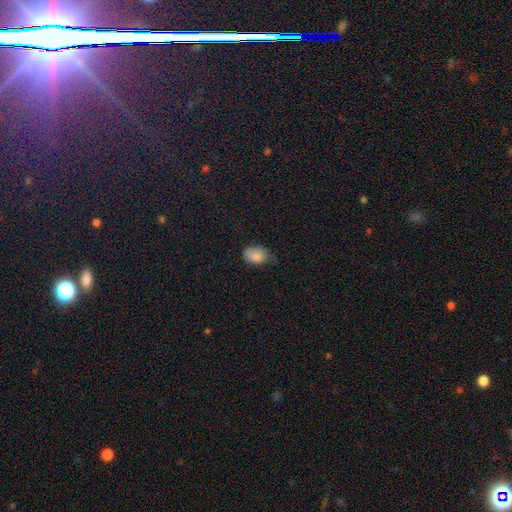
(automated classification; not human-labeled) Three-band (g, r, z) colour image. It shows a smooth galaxy with no disk features (85%) that is in between round and cigar-shaped (79%). Merging: none (50%).